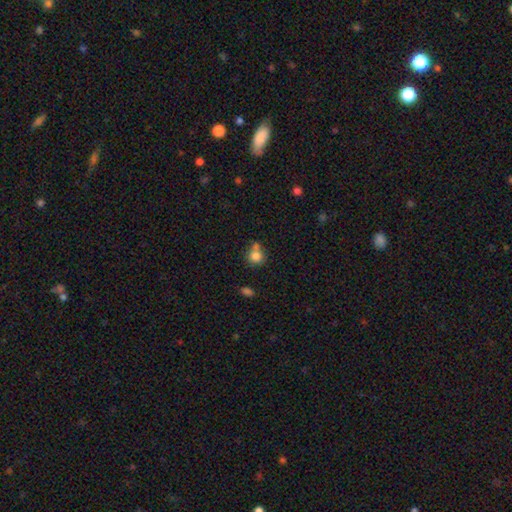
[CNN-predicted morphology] Smooth or featured?
  - smooth: 81% *
  - star or artifact: 10%
  - featured or disk: 9%
How rounded?
  - round: 85% *
  - in between: 14%
  - cigar-shaped: 1%
Merging?
  - none: 52% *
  - merger: 29%
  - minor disturbance: 14%
  - major disturbance: 5%